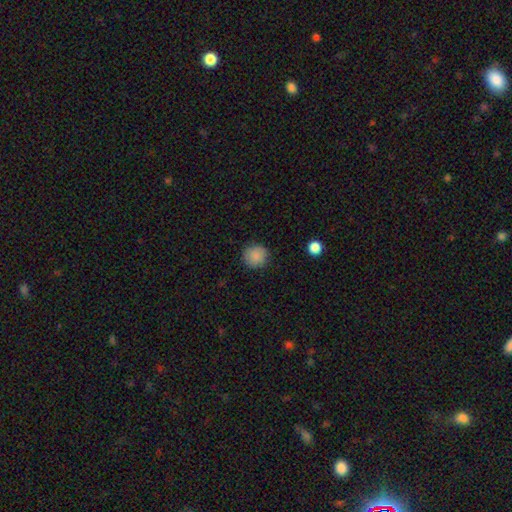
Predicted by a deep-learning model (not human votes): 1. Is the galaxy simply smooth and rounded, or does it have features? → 87% smooth, 9% star or artifact, 4% featured or disk.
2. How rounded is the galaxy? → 92% round, 7% in between, 1% cigar-shaped.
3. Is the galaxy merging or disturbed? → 87% none, 9% minor disturbance, 2% major disturbance, 1% merger.